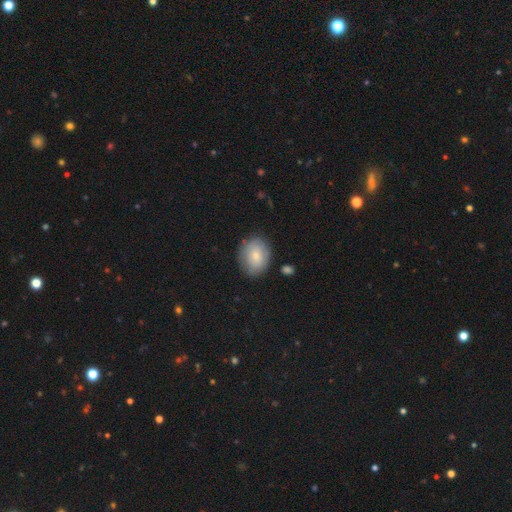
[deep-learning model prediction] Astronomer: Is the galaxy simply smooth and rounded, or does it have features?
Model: smooth — 78%.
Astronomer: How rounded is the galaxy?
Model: in between — 57% (runner-up: round, 42%).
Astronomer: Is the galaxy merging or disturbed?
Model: none — 79%.